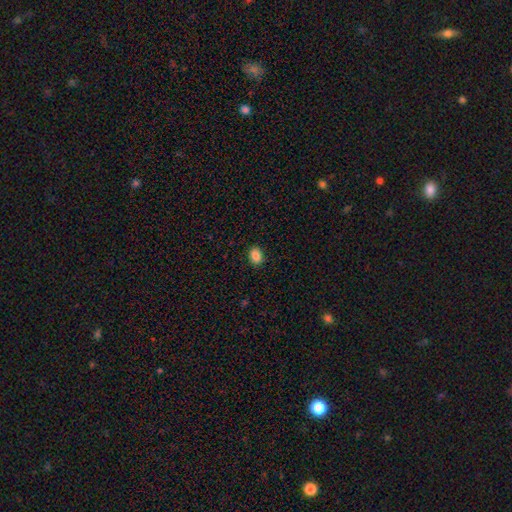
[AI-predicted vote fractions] The model was most divided on "how rounded": in between: 71%, round: 28%, cigar-shaped: 1%. More confident: merging — none (90%); smooth or featured — smooth (87%).